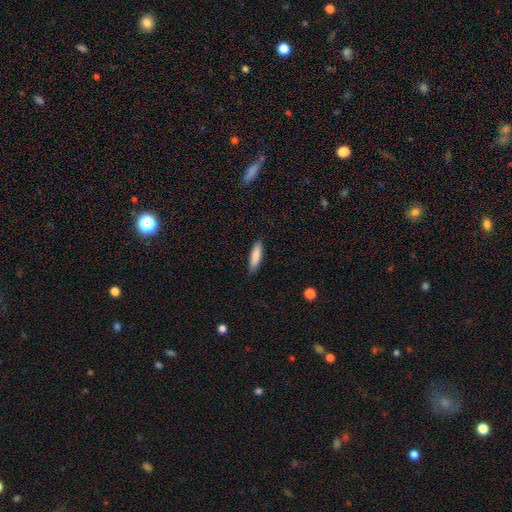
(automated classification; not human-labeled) The model was most divided on "how rounded": cigar-shaped: 65%, in between: 34%, round: 1%. More confident: merging — none (86%); smooth or featured — smooth (85%).